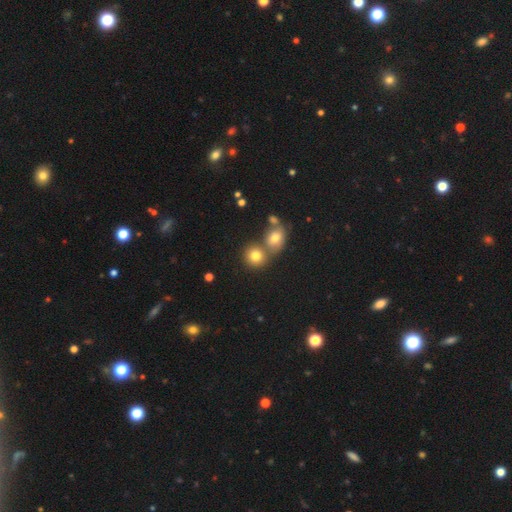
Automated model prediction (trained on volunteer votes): This appears to be a smooth galaxy with no disk features (77%) that is round (82%). Merging: none (51%).